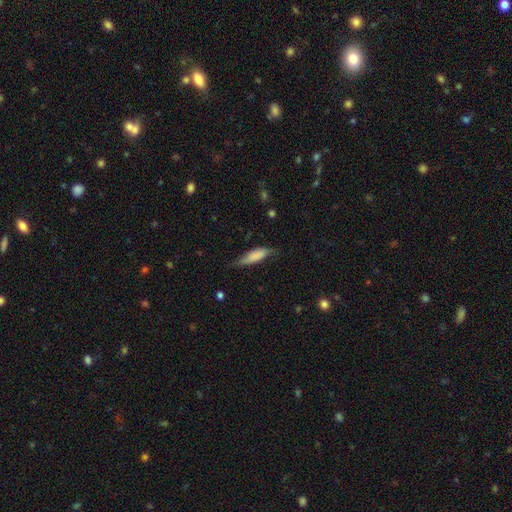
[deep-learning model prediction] smooth_or_featured: smooth (p=0.71) [alt: featured or disk p=0.22]
how_rounded: cigar-shaped (p=0.52) [alt: in between p=0.46]
merging: none (p=0.54) [alt: minor disturbance p=0.33]